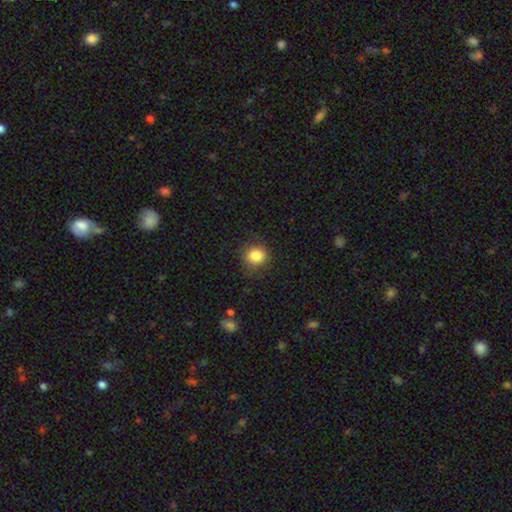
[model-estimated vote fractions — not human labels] Smooth or featured? smooth (85%)
How rounded? round (85%)
Merging? none (84%)